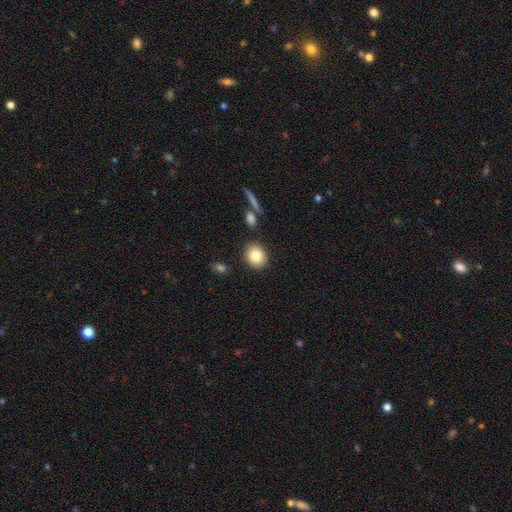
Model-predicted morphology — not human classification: Overall: smooth (82%). How rounded: round (68%; in between 31%). Merging: none (86%).